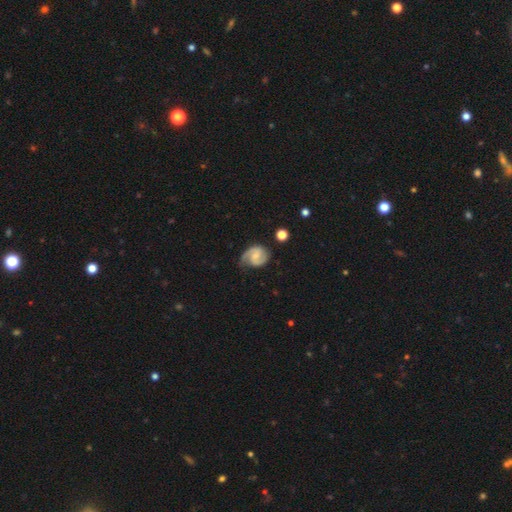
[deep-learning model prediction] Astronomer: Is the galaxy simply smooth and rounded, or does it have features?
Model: featured or disk — 81%.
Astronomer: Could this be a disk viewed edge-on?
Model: no — 98%.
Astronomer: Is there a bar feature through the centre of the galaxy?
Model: weak — 48% (runner-up: no, 41%).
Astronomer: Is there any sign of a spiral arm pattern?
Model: yes — 97%.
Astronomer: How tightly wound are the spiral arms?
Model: medium — 51% (runner-up: tight, 30%).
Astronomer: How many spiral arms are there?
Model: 2 — 87%.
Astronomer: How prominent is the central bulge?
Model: small — 47% (runner-up: moderate, 27%).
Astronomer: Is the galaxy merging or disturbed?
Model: none — 70%.